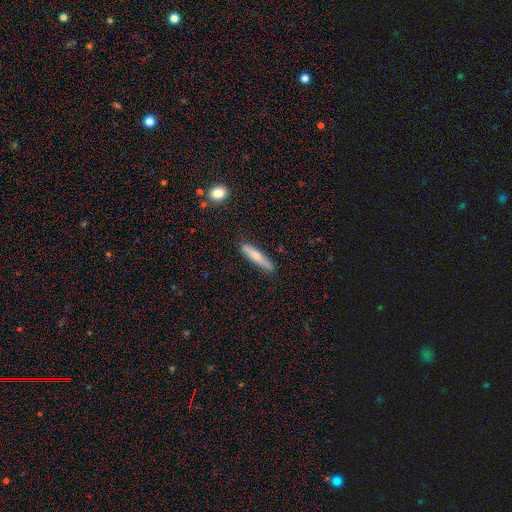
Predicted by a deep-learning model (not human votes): This is likely a smooth galaxy (66%). How rounded: clearly cigar-shaped (90%). Merging: clearly none (85%).